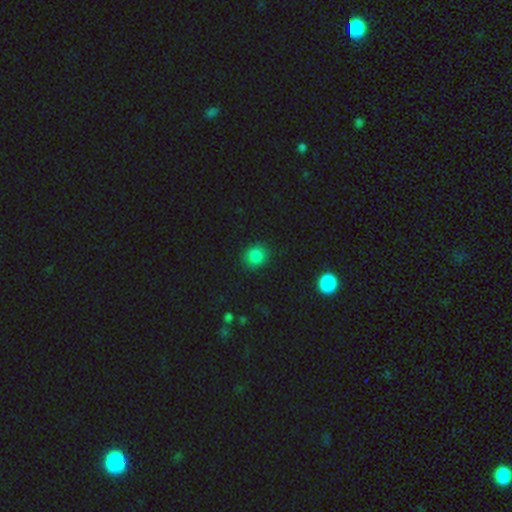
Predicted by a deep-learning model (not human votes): The model was most divided on "how rounded": round: 80%, in between: 19%, cigar-shaped: 1%. More confident: merging — none (87%); smooth or featured — smooth (83%).